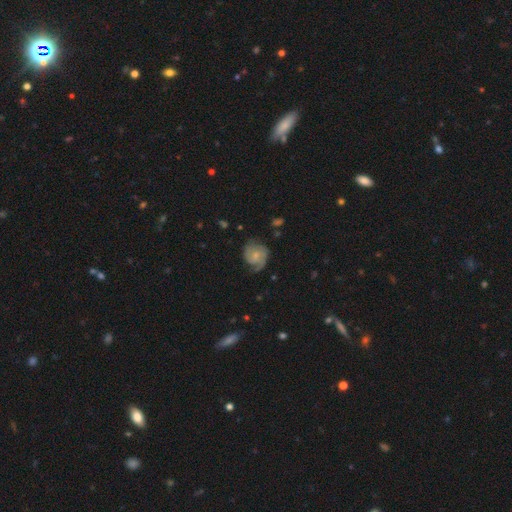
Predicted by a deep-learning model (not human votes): smooth-or-featured: featured or disk: 73% | smooth: 21% | star or artifact: 7%
  disk-edge-on: no: 98% | yes: 2%
    bar: no: 62% | weak: 33% | strong: 5%
    has-spiral-arms: yes: 93% | no: 7%
      spiral-winding: tight: 42% | medium: 41% | loose: 17%
      spiral-arm-count: 2: 57% | can't tell: 16% | 1: 13% | 3: 9% | 4: 2% | more than 4: 2%
    bulge-size: small: 56% | moderate: 27% | none: 13% | large: 2% | dominant: 1%
  merging: none: 63% | minor disturbance: 23% | major disturbance: 12% | merger: 2%